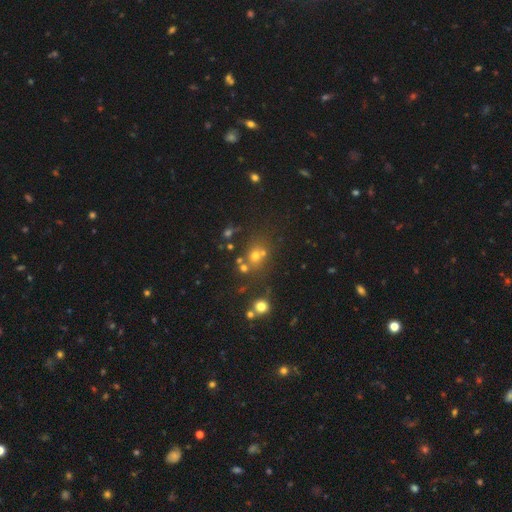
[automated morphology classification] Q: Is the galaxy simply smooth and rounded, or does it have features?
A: smooth — 56%.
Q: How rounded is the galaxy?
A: round — 75%.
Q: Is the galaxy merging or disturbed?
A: none — 57%.